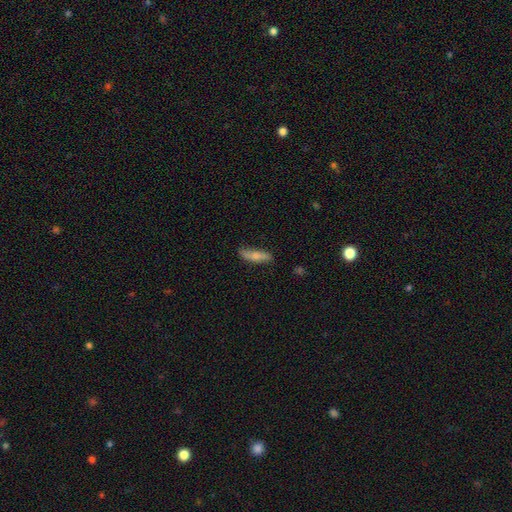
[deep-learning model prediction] smooth-or-featured: smooth: 71% | featured or disk: 23% | star or artifact: 6%
  how-rounded: cigar-shaped: 60% | in between: 38% | round: 2%
  merging: none: 74% | minor disturbance: 20% | major disturbance: 4% | merger: 2%